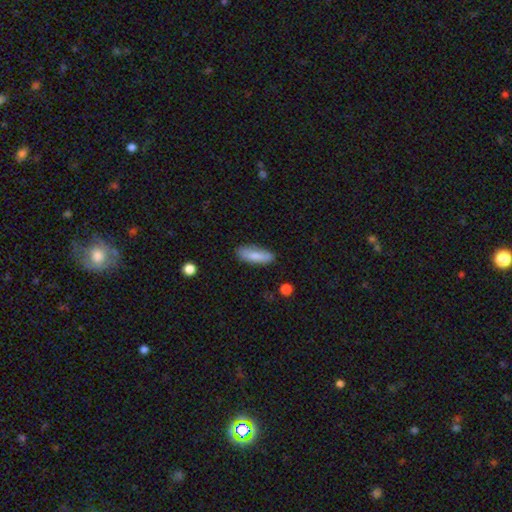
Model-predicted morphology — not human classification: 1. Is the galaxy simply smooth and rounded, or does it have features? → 82% smooth, 12% featured or disk, 6% star or artifact.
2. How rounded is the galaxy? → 61% in between, 37% cigar-shaped, 2% round.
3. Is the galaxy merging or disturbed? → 80% none, 15% minor disturbance, 3% major disturbance, 2% merger.